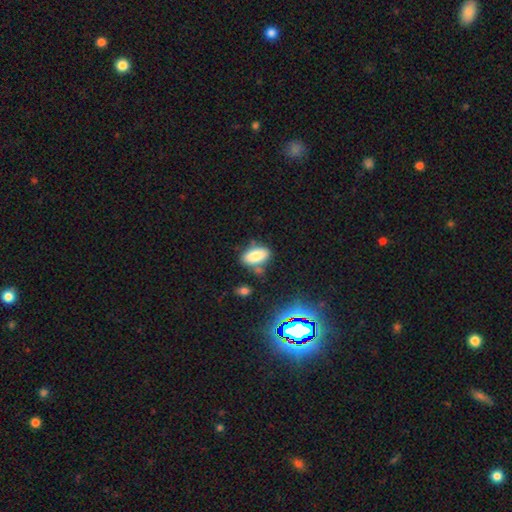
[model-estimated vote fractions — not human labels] smooth 80%, star or artifact 10%, featured or disk 10%. Down the decision tree: how rounded — in between (89%); merging — none (67%).